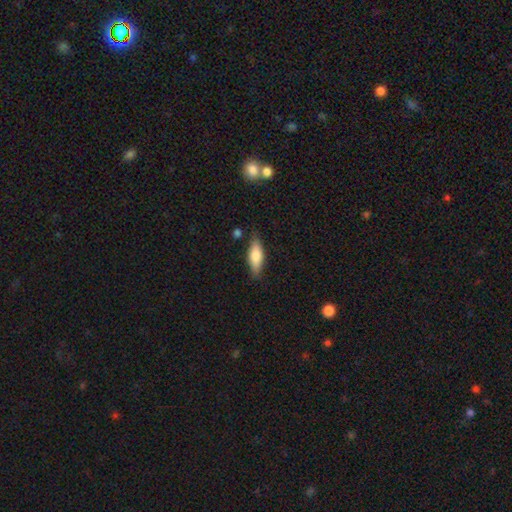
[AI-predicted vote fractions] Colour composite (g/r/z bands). It shows a smooth galaxy with no disk features (70%) that is in between round and cigar-shaped (56%). Merging: none (79%).